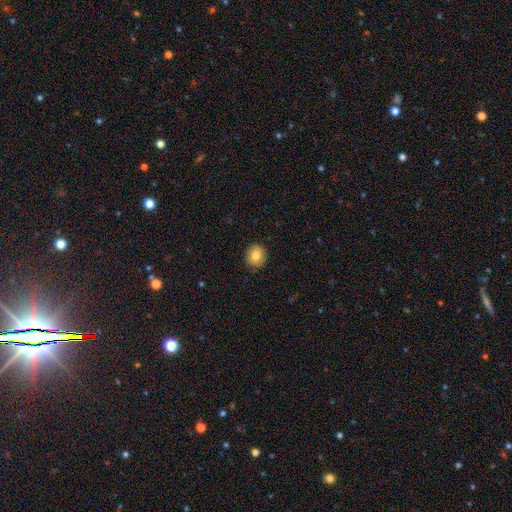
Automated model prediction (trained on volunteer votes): A smooth galaxy with no disk features (81%) that is round (89%).

Vote fractions:
- Smooth or featured? smooth: 81% / featured or disk: 10% / star or artifact: 9%
- How rounded? round: 89% / in between: 10% / cigar-shaped: 1%
- Merging? none: 91% / minor disturbance: 6% / major disturbance: 2% / merger: 1%